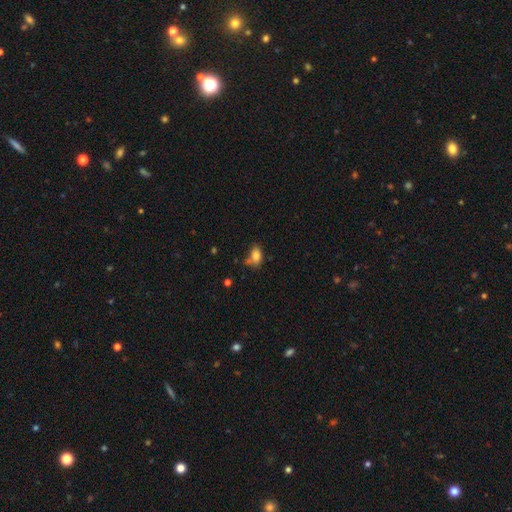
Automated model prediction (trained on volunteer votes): Q: Smooth or featured?
A: smooth (81%); runner-up: star or artifact (11%)
Q: How rounded?
A: in between (82%); runner-up: round (16%)
Q: Merging?
A: none (52%); runner-up: minor disturbance (26%)